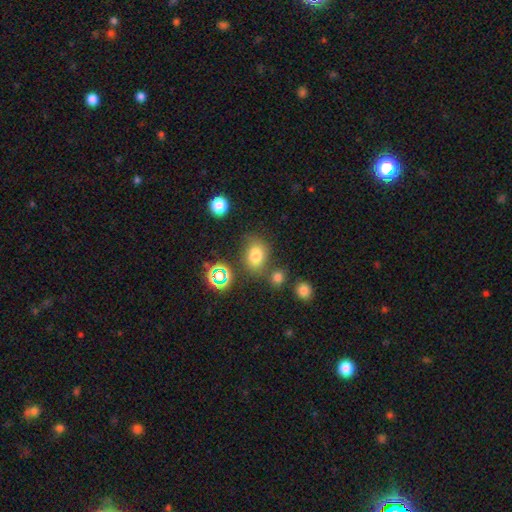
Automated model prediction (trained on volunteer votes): This appears to be a smooth galaxy with no disk features (72%) that is in between round and cigar-shaped (65%). Merging: none (66%).